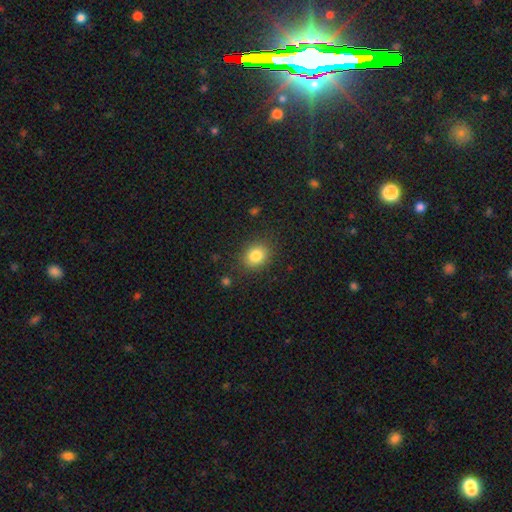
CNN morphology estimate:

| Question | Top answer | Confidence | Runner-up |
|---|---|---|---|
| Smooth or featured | smooth | 83% | star or artifact (11%) |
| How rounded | round | 61% | in between (39%) |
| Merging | none | 86% | minor disturbance (10%) |